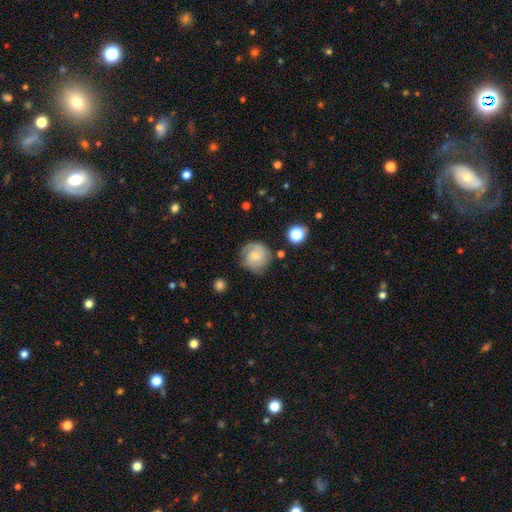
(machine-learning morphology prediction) featured or disk 51%, smooth 41%, star or artifact 8%. Down the decision tree: edge-on disk — no (98%); merging — none (73%).